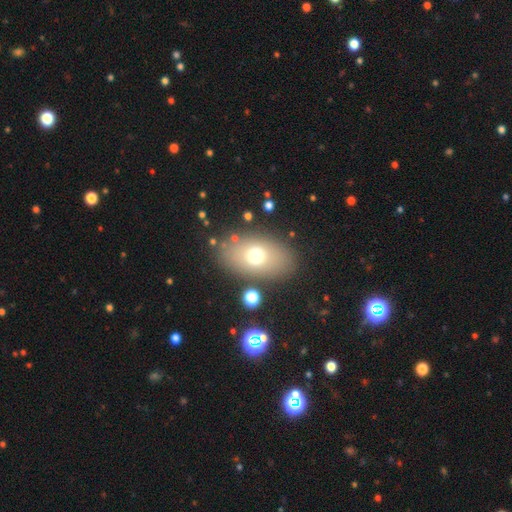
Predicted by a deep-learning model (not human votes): This is likely a smooth galaxy (68%). How rounded: clearly in between (82%). Merging: clearly none (81%).